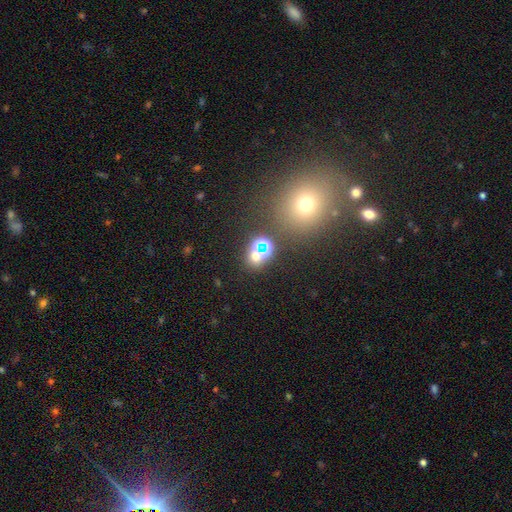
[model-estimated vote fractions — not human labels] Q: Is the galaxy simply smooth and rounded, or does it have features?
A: star or artifact — 45%, tied with smooth.